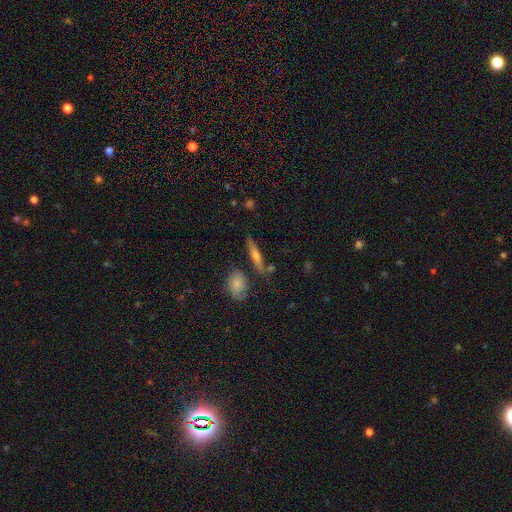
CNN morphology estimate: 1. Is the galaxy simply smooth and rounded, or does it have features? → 53% featured or disk, 40% smooth, 7% star or artifact.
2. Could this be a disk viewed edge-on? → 94% yes, 6% no.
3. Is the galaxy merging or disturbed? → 80% none, 10% minor disturbance, 7% merger, 3% major disturbance.